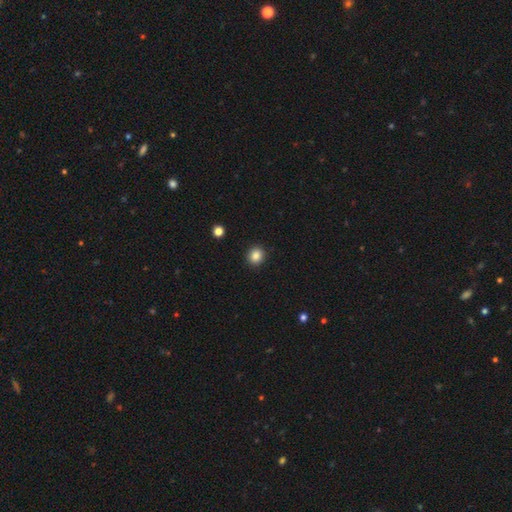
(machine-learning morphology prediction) Smooth or featured? smooth (86%)
How rounded? round (83%)
Merging? none (92%)